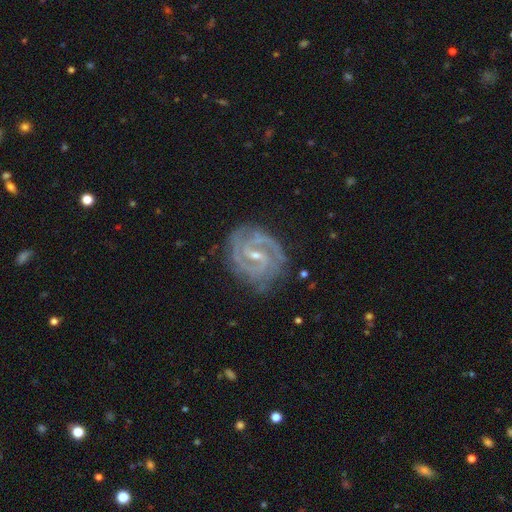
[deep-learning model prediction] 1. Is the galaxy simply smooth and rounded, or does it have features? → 92% featured or disk, 5% star or artifact, 3% smooth.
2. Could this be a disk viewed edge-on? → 97% no, 3% yes.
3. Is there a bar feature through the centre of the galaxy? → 48% weak, 36% strong, 16% no.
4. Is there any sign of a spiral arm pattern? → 98% yes, 2% no.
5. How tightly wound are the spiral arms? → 59% tight, 36% medium, 5% loose.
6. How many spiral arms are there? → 67% 2, 16% 3, 7% can't tell, 4% 4, 3% more than 4, 3% 1.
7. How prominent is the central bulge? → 66% small, 30% moderate, 2% none, 1% large, 1% dominant.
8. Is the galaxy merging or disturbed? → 78% none, 16% minor disturbance, 5% major disturbance, 2% merger.